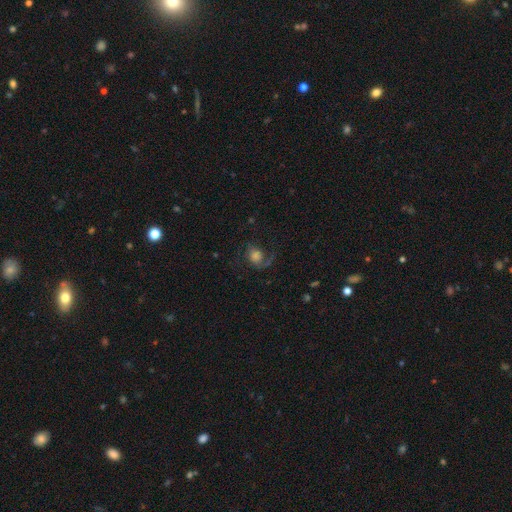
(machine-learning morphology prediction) Smooth or featured? featured or disk (55%)
Edge-on disk? no (97%)
Bar? no (73%)
Spiral arms? yes (89%)
Bulge size? large (35%)
Merging? none (54%)